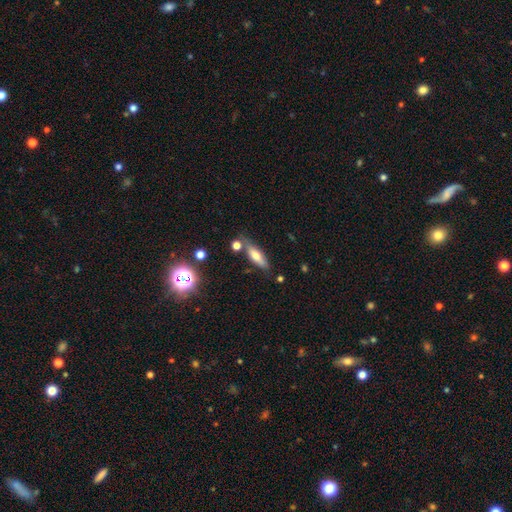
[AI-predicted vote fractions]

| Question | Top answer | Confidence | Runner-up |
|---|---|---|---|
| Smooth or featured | smooth | 58% | featured or disk (32%) |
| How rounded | cigar-shaped | 50% | in between (47%) |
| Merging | none | 70% | minor disturbance (16%) |